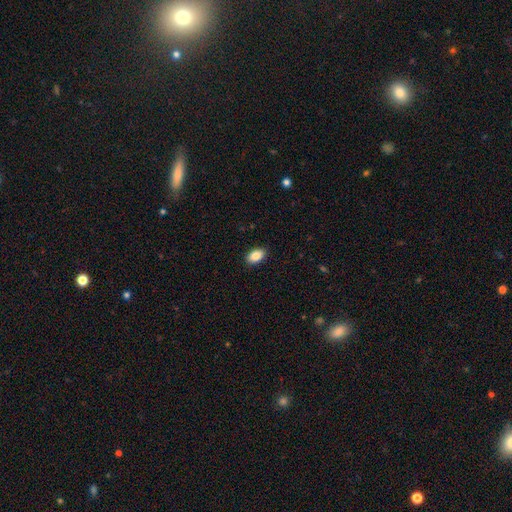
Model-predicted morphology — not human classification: Smooth or featured? smooth (88%)
How rounded? in between (92%)
Merging? none (89%)